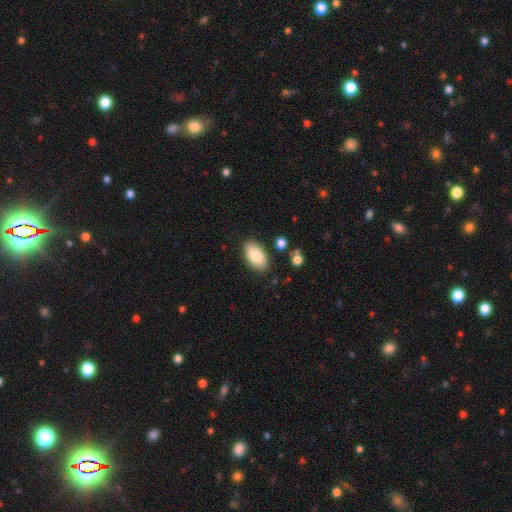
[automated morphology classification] Smooth or featured? smooth (82%)
How rounded? in between (94%)
Merging? none (86%)